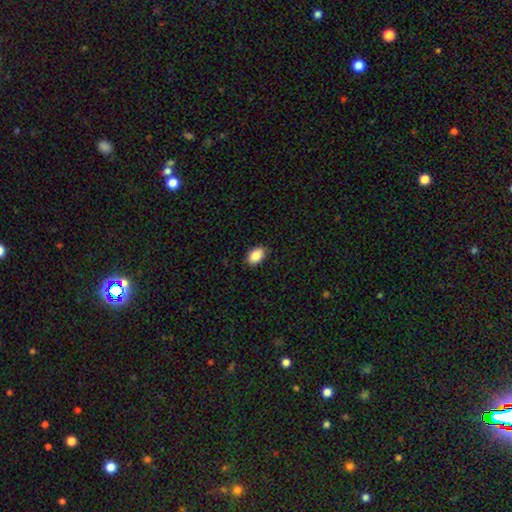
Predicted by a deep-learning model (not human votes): The model was most divided on "how rounded": in between: 86%, round: 13%, cigar-shaped: 1%. More confident: smooth or featured — smooth (88%); merging — none (87%).